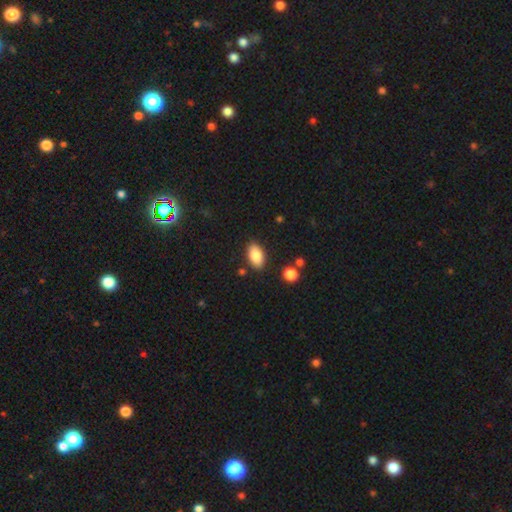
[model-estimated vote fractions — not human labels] The model was most divided on "merging": none: 85%, minor disturbance: 10%, merger: 3%, major disturbance: 2%. More confident: how rounded — in between (92%); smooth or featured — smooth (84%).